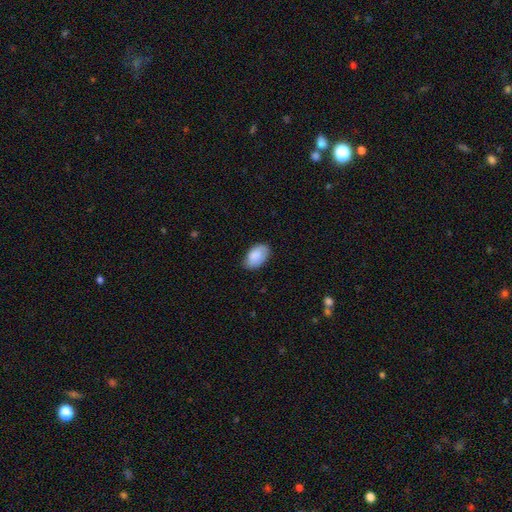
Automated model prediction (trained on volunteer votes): A smooth galaxy with no disk features (86%) that is in between round and cigar-shaped (93%).

Vote fractions:
- Smooth or featured? smooth: 86% / featured or disk: 8% / star or artifact: 6%
- How rounded? in between: 93% / round: 6% / cigar-shaped: 1%
- Merging? none: 77% / minor disturbance: 18% / major disturbance: 3% / merger: 1%